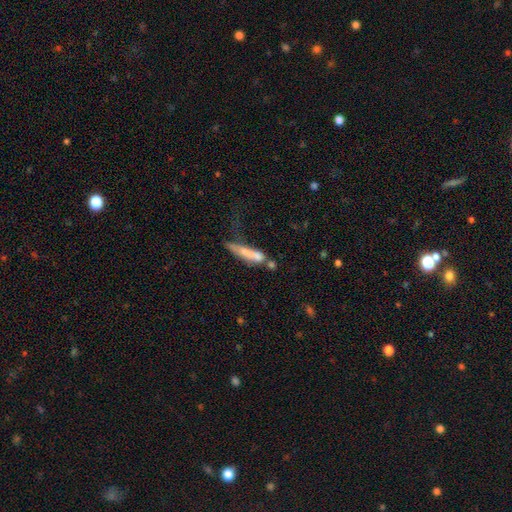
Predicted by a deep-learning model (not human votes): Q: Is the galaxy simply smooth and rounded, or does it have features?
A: smooth — 56%.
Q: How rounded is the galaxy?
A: cigar-shaped — 79%.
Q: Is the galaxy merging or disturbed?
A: merger — 29%.